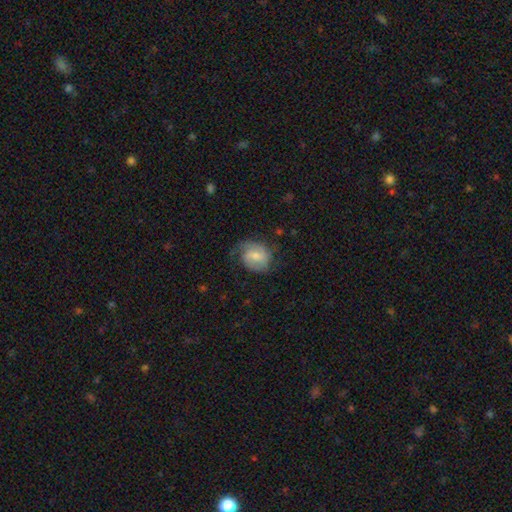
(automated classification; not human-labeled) The model was most divided on "bulge size": moderate: 46%, small: 43%, none: 6%, large: 4%, dominant: 1%. Remaining: edge-on disk — no (97%); spiral arms — yes (90%); spiral arm count — 2 (64%); smooth or featured — featured or disk (62%); merging — none (59%); bar — weak (53%); spiral winding — medium (44%).